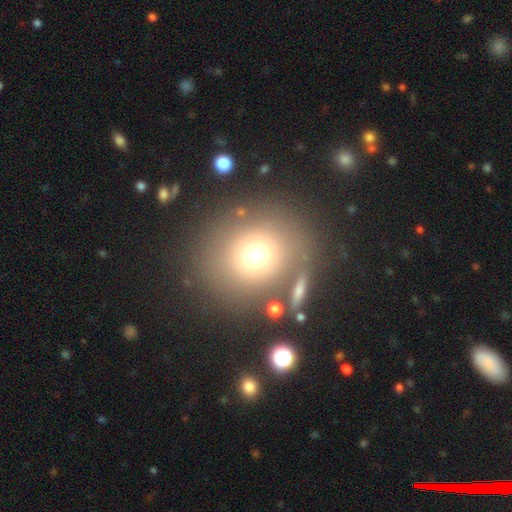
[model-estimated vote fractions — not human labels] Smooth or featured? Predicted: smooth (p=0.70). How rounded? Predicted: round (p=0.84). Merging? Predicted: none (p=0.76).